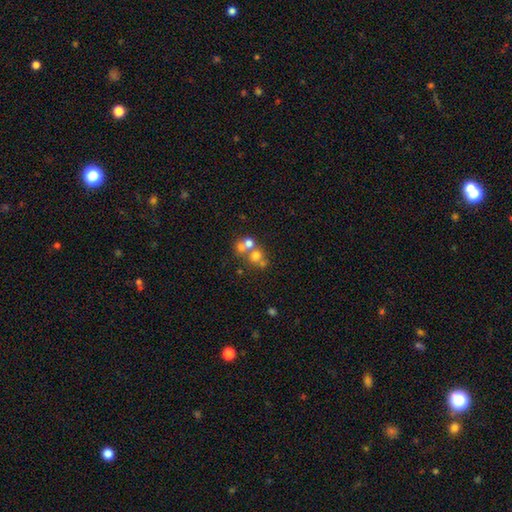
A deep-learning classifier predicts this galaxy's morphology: type=smooth (61%); roundness=round (81%); merging=merger (51%).